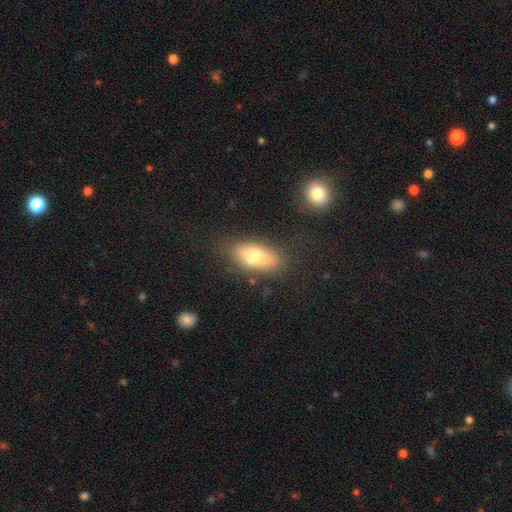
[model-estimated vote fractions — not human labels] Overall: smooth (67%). How rounded: in between (82%). Merging: none (70%).